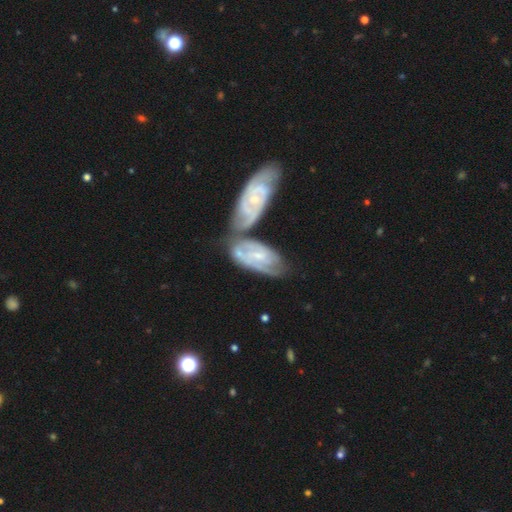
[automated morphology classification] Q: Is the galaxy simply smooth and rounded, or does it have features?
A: featured or disk — 79%.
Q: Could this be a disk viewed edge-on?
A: no — 94%.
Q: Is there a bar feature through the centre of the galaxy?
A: weak — 44%, tied with no.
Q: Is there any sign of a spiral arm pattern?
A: yes — 92%.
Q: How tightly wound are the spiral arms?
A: tight — 52%.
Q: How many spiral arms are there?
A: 2 — 42%.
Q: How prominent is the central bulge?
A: small — 67%.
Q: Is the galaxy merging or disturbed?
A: merger — 51%.